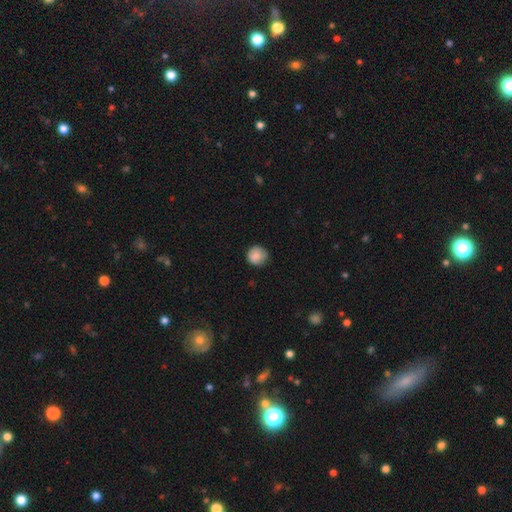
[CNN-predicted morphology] smooth-or-featured: smooth: 86% | star or artifact: 8% | featured or disk: 6%
  how-rounded: round: 93% | in between: 6% | cigar-shaped: 1%
  merging: none: 83% | minor disturbance: 14% | major disturbance: 3% | merger: 1%